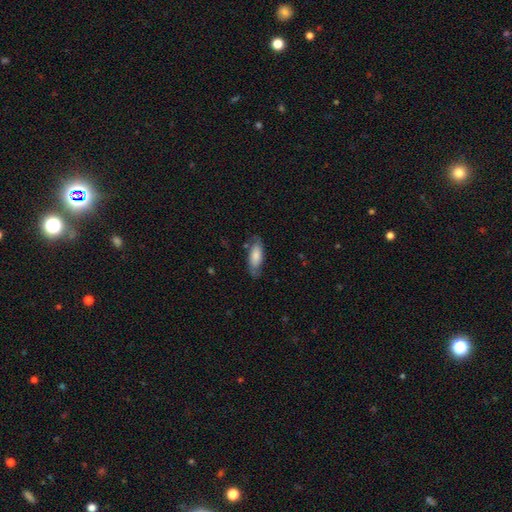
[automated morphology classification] A smooth galaxy with no disk features (72%) that is in between round and cigar-shaped (78%). Merging: none (69%).